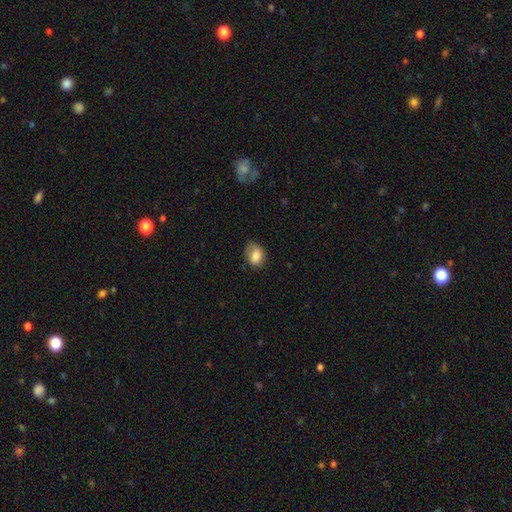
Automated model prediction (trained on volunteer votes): smooth 82%, featured or disk 10%, star or artifact 8%. Down the decision tree: how rounded — in between (73%); merging — none (66%).